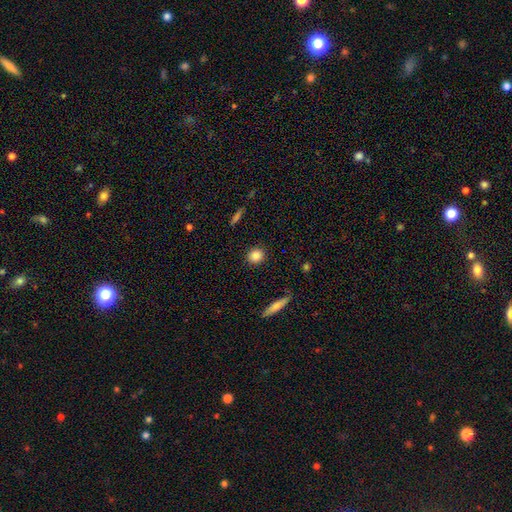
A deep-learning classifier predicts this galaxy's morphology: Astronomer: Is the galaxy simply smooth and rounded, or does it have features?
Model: smooth — 85%.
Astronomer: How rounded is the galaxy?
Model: round — 84%.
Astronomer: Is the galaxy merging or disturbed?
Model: none — 91%.